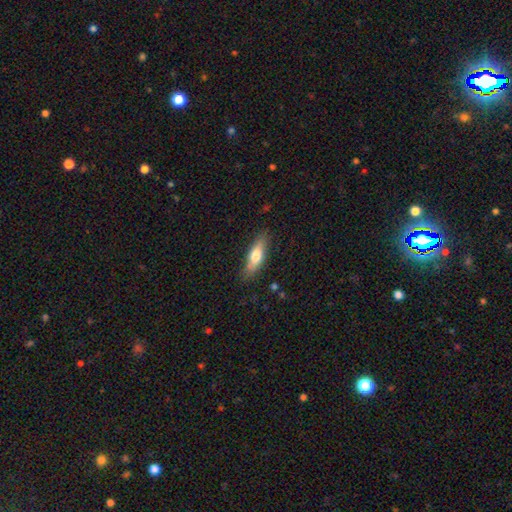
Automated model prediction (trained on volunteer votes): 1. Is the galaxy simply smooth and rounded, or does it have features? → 66% smooth, 28% featured or disk, 6% star or artifact.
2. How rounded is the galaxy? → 50% cigar-shaped, 48% in between, 3% round.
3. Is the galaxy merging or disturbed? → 80% none, 15% minor disturbance, 3% major disturbance, 2% merger.